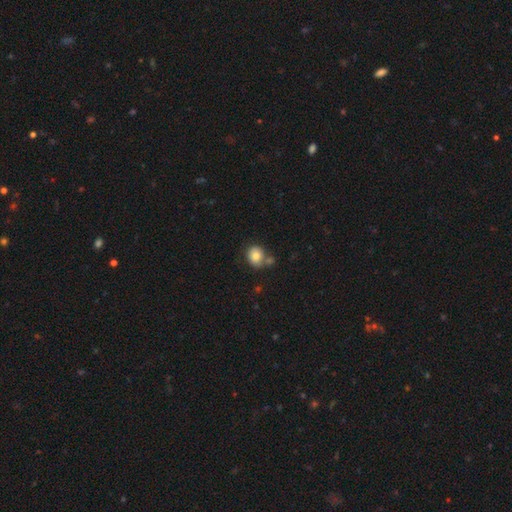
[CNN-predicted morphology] type=smooth (81%); roundness=round (68%); merging=none (58%).